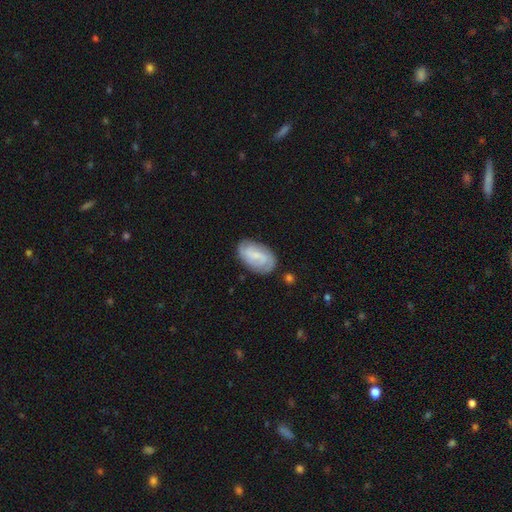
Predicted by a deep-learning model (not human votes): The model was most divided on "spiral winding": tight: 41%, medium: 40%, loose: 19%. More confident: edge-on disk — no (96%); spiral arms — yes (89%); merging — none (78%); smooth or featured — featured or disk (61%); bulge size — small (58%); spiral arm count — 2 (56%); bar — weak (53%).